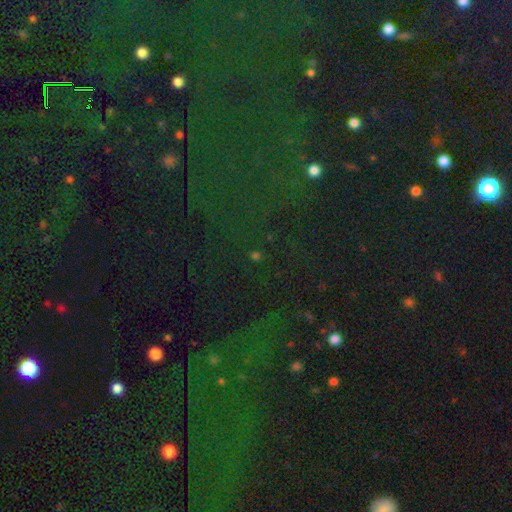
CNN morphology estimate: Q: Smooth or featured?
A: star or artifact (70%); runner-up: smooth (21%)